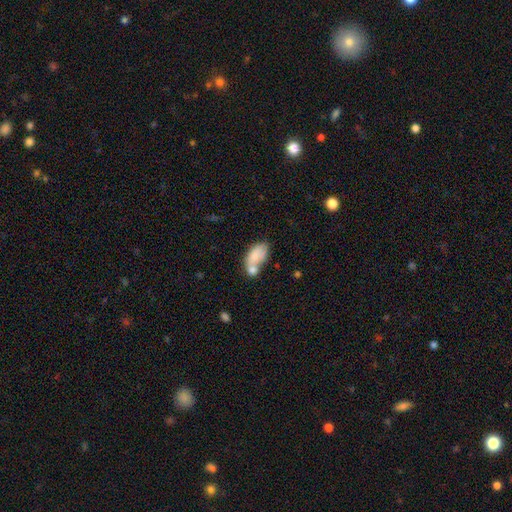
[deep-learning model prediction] Smooth or featured? smooth (74%)
How rounded? in between (91%)
Merging? merger (47%)